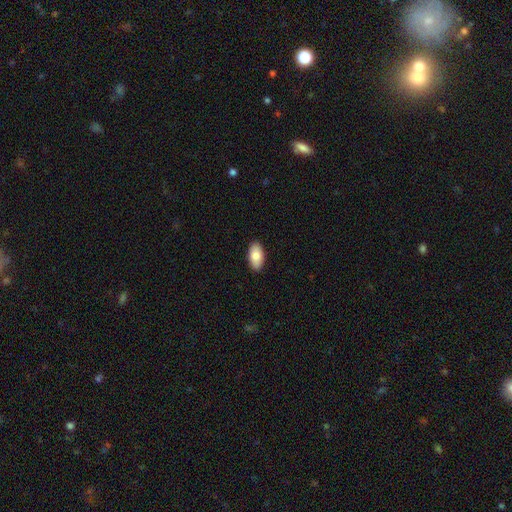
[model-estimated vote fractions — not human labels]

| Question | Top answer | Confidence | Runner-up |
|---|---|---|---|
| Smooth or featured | smooth | 83% | featured or disk (10%) |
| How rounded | in between | 94% | round (3%) |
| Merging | none | 90% | minor disturbance (7%) |